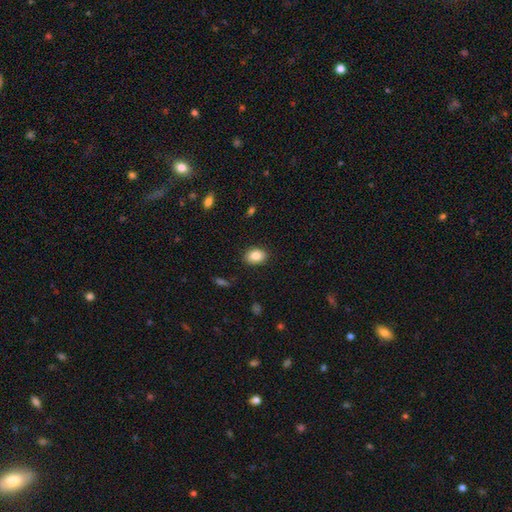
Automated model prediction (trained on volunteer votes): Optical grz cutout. It shows a smooth galaxy with no disk features (85%) that is in between round and cigar-shaped (75%). Merging: none (88%).